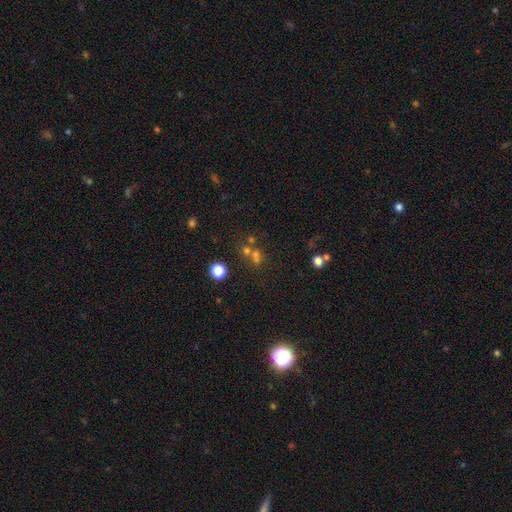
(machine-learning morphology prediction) Smooth or featured?
  - smooth: 51% *
  - star or artifact: 35%
  - featured or disk: 14%
How rounded?
  - round: 78% *
  - in between: 20%
  - cigar-shaped: 2%
Merging?
  - none: 50% *
  - merger: 36%
  - minor disturbance: 8%
  - major disturbance: 6%